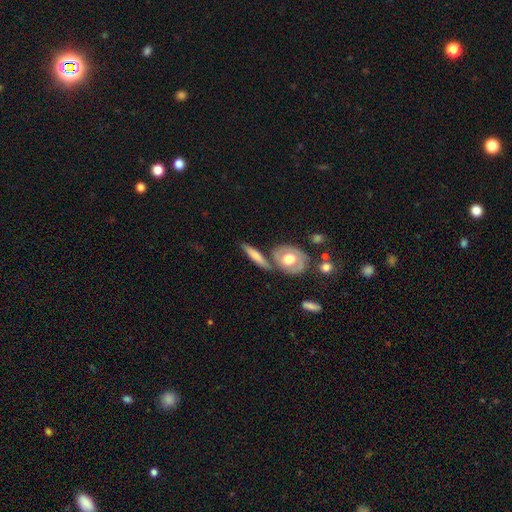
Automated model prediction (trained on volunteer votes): smooth-or-featured: smooth: 53% | featured or disk: 41% | star or artifact: 6%
  how-rounded: cigar-shaped: 60% | in between: 32% | round: 7%
  merging: none: 64% | merger: 18% | minor disturbance: 14% | major disturbance: 4%